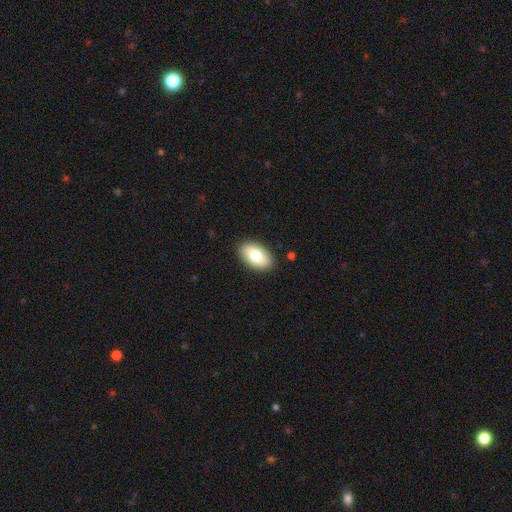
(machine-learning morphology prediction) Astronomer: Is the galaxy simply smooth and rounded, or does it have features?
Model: smooth — 79%.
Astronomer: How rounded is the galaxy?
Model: in between — 94%.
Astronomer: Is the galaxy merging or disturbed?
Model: none — 88%.